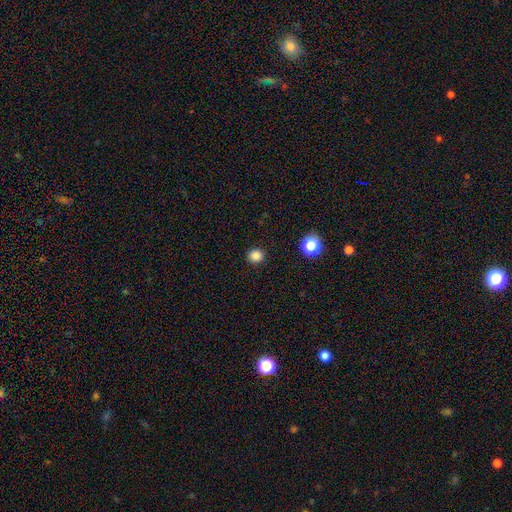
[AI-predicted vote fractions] Smooth or featured? smooth (84%)
How rounded? round (90%)
Merging? none (92%)